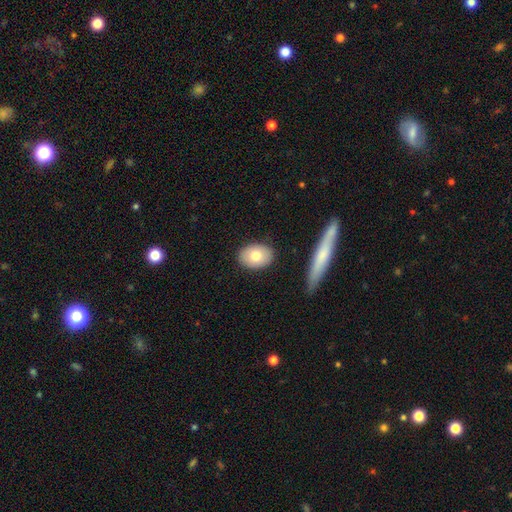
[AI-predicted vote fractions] smooth 75%, featured or disk 18%, star or artifact 7%. Down the decision tree: how rounded — in between (80%); merging — none (86%).